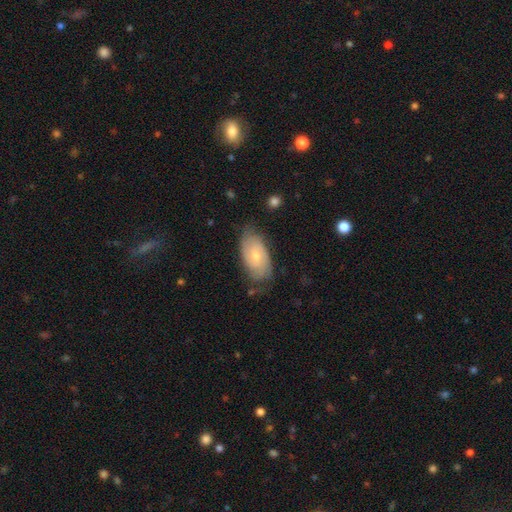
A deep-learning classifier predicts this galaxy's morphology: A featured or disk galaxy (66%) with no bar (53%), 2 (57%) tight (57%) spiral arms (90%) and a small central bulge (55%). Merging: none (71%).